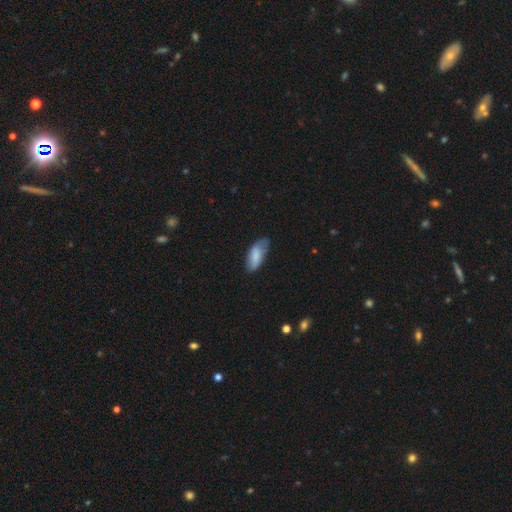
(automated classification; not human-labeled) smooth-or-featured: smooth: 81% | featured or disk: 12% | star or artifact: 6%
  how-rounded: in between: 84% | cigar-shaped: 14% | round: 2%
  merging: none: 58% | minor disturbance: 33% | major disturbance: 7% | merger: 2%